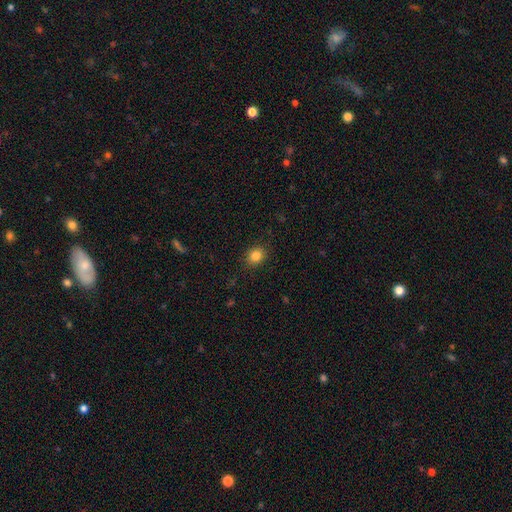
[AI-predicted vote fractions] Morphology: type=smooth (84%); roundness=round (69%); merging=none (88%).